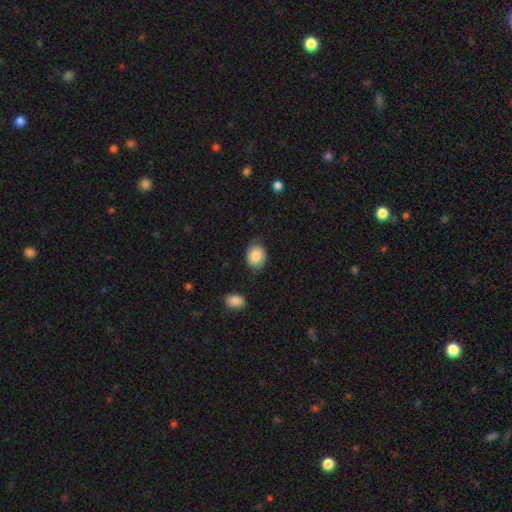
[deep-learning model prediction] Morphology: type=smooth (80%); roundness=round (54%); merging=none (70%).